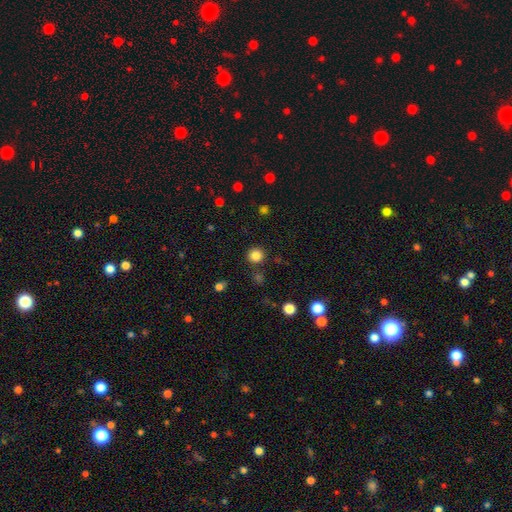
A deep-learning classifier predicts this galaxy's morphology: Q: Smooth or featured?
A: smooth (84%); runner-up: star or artifact (12%)
Q: How rounded?
A: round (94%); runner-up: in between (5%)
Q: Merging?
A: none (88%); runner-up: minor disturbance (6%)